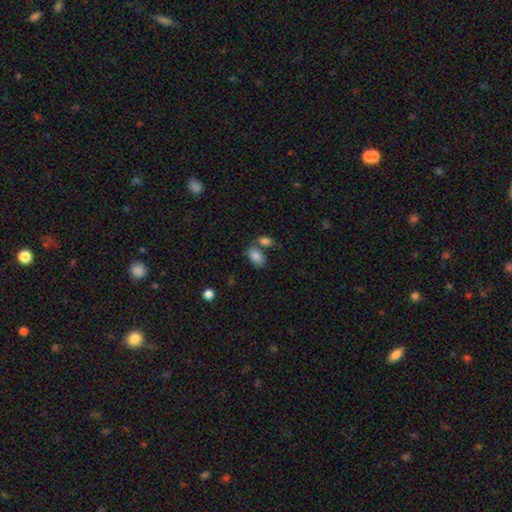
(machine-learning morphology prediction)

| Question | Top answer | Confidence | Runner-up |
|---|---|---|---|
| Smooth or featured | smooth | 85% | star or artifact (8%) |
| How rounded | in between | 90% | round (8%) |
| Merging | none | 54% | merger (28%) |